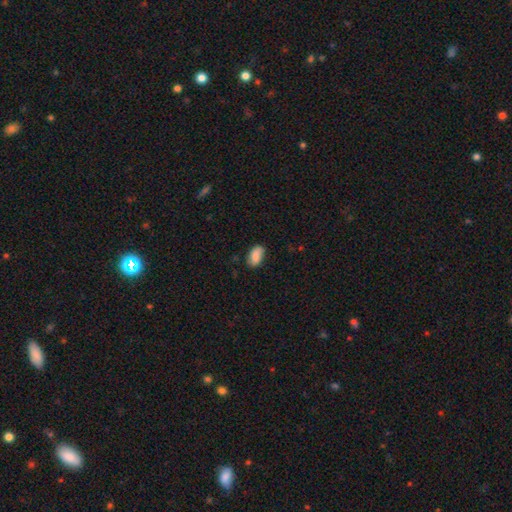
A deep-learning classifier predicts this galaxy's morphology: Smooth or featured: smooth — 85% (featured or disk — 8%)
How rounded: in between — 92% (round — 5%)
Merging: none — 75% (minor disturbance — 20%)